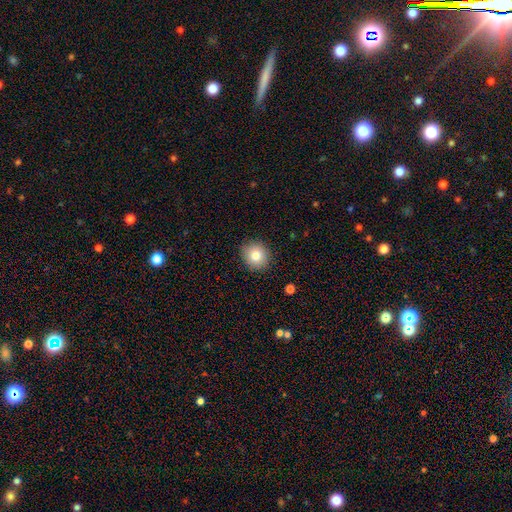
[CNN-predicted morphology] Smooth or featured?
  - smooth: 81% *
  - star or artifact: 10%
  - featured or disk: 9%
How rounded?
  - round: 86% *
  - in between: 13%
  - cigar-shaped: 1%
Merging?
  - none: 89% *
  - minor disturbance: 8%
  - major disturbance: 2%
  - merger: 1%